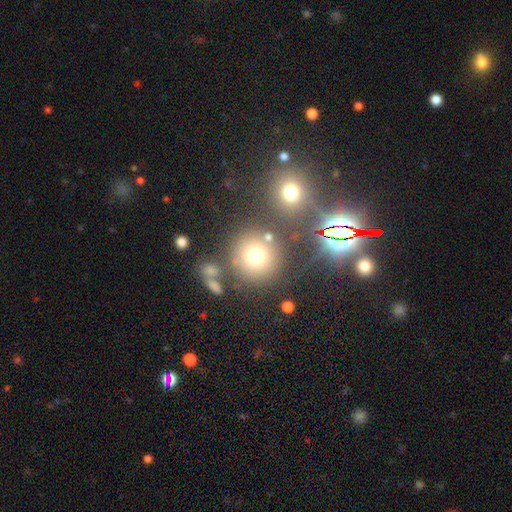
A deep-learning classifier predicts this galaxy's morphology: Smooth or featured: smooth — 70% (star or artifact — 18%)
How rounded: round — 93% (in between — 6%)
Merging: none — 74% (merger — 11%)